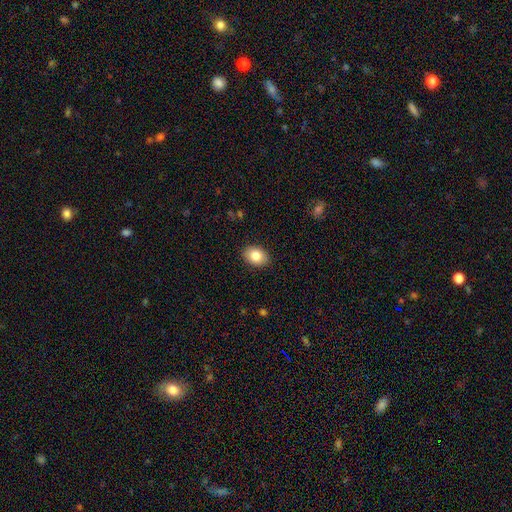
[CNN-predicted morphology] Smooth or featured? Predicted: smooth (p=0.84). How rounded? Predicted: in between (p=0.76). Merging? Predicted: none (p=0.89).